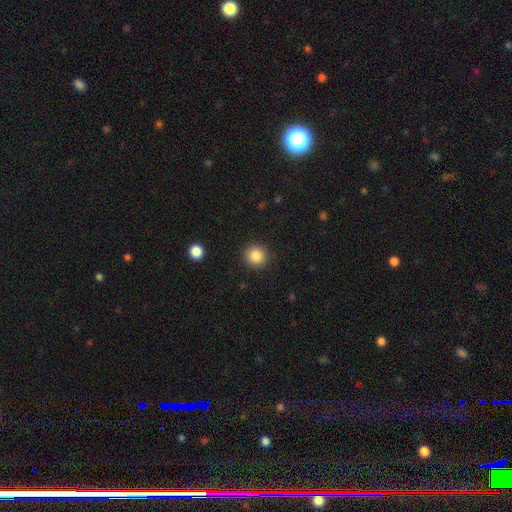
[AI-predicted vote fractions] Q: Smooth or featured?
A: smooth (86%); runner-up: star or artifact (10%)
Q: How rounded?
A: round (93%); runner-up: in between (6%)
Q: Merging?
A: none (91%); runner-up: minor disturbance (5%)